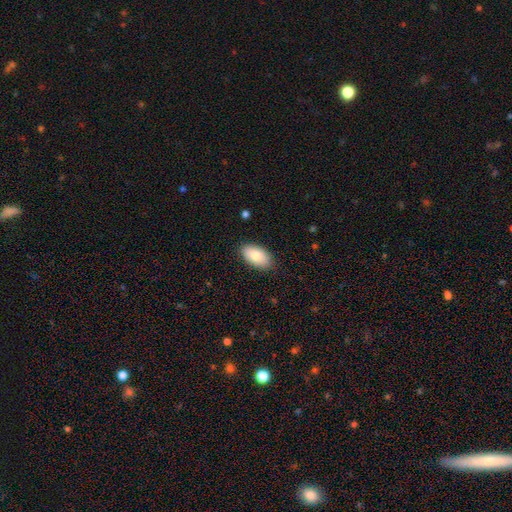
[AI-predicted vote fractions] This is clearly a smooth galaxy (82%). How rounded: clearly in between (94%). Merging: clearly none (87%).